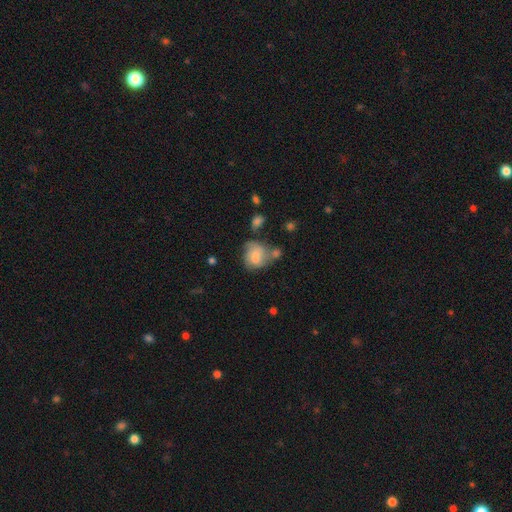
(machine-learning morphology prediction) smooth_or_featured: smooth (p=0.66) [alt: featured or disk p=0.25]
how_rounded: round (p=0.62) [alt: in between p=0.37]
merging: none (p=0.32) [alt: merger p=0.28]